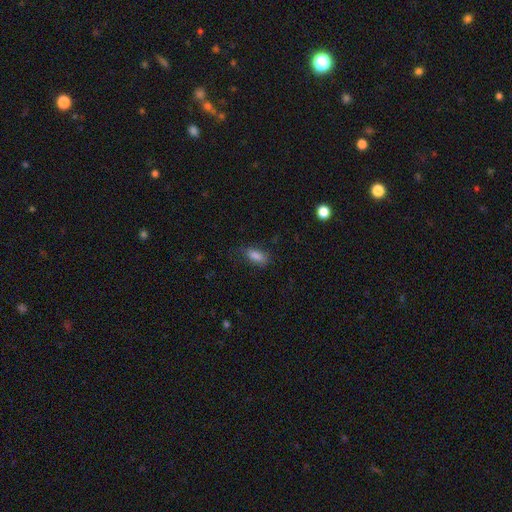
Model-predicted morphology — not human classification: Smooth or featured? smooth (84%)
How rounded? in between (84%)
Merging? none (71%)